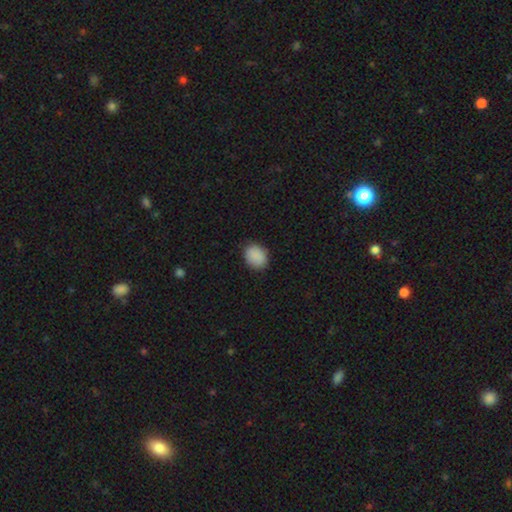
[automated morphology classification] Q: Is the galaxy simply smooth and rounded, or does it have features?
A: smooth — 89%.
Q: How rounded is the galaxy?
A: round — 53%.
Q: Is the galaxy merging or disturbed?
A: none — 84%.